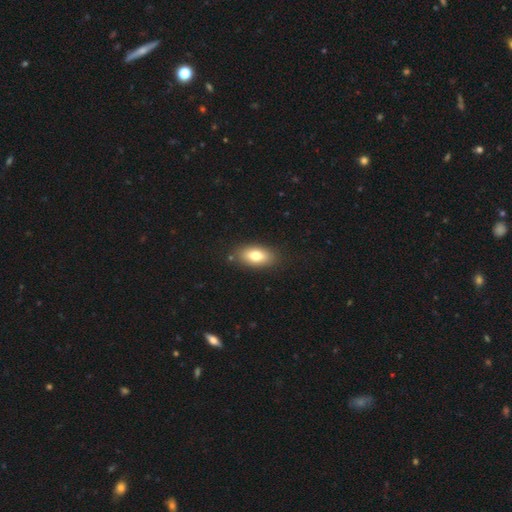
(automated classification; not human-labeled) Smooth or featured? smooth (77%)
How rounded? in between (88%)
Merging? none (85%)